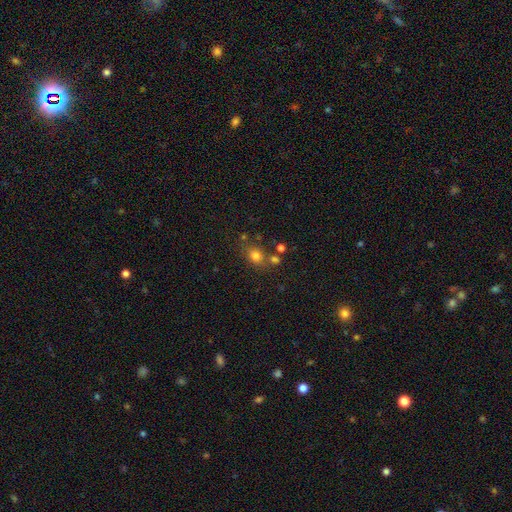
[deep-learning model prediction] Smooth or featured?
  - smooth: 76% *
  - star or artifact: 15%
  - featured or disk: 9%
How rounded?
  - round: 63% *
  - in between: 35%
  - cigar-shaped: 1%
Merging?
  - none: 65% *
  - merger: 16%
  - minor disturbance: 14%
  - major disturbance: 5%